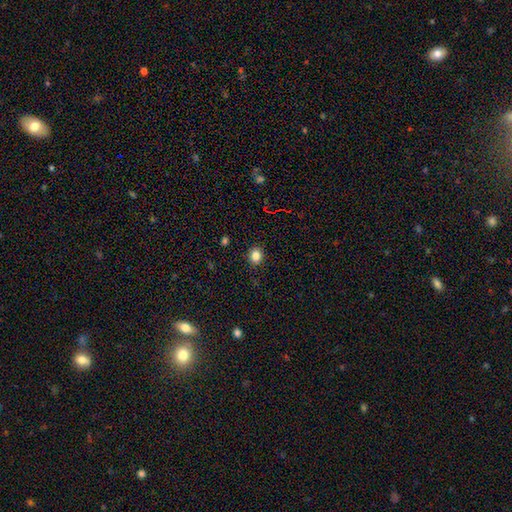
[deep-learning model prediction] smooth 83%, star or artifact 12%, featured or disk 5%. Down the decision tree: how rounded — round (70%); merging — none (90%).